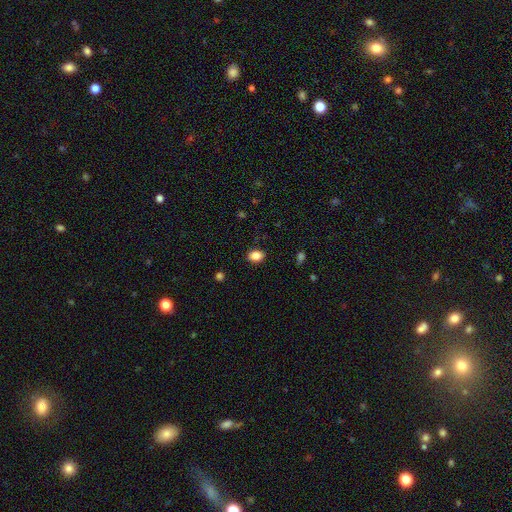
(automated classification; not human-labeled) Morphology: type=smooth (86%); roundness=in between (66%); merging=none (86%).